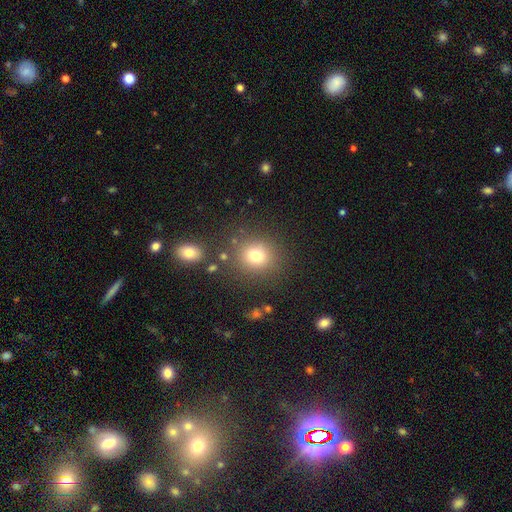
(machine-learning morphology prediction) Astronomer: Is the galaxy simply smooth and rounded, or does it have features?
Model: smooth — 75%.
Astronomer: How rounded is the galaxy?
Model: round — 84%.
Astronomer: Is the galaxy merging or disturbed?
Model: none — 82%.